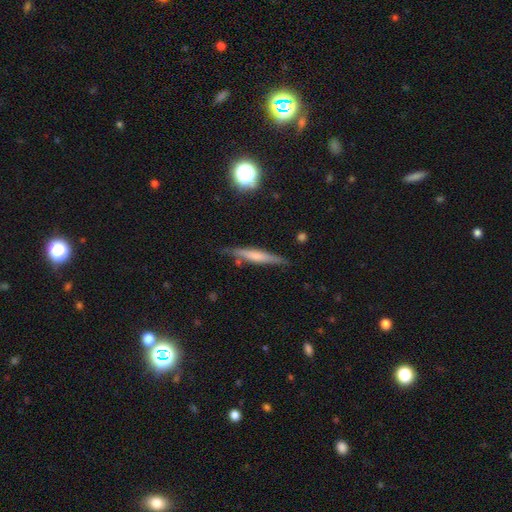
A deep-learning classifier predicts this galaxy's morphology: smooth_or_featured: featured or disk (p=0.47) [alt: smooth p=0.45]
merging: none (p=0.80) [alt: minor disturbance p=0.14]